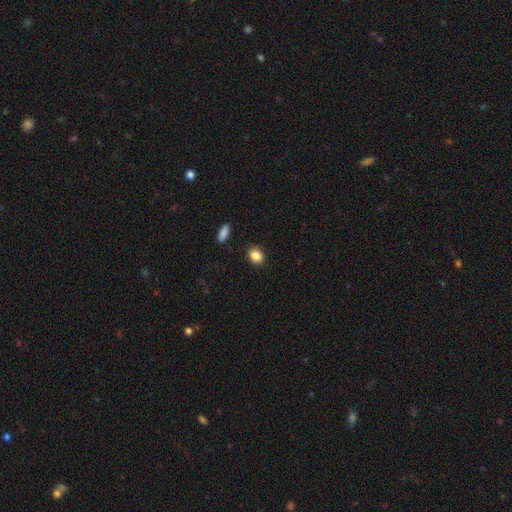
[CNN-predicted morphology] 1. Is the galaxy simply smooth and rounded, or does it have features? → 87% smooth, 9% star or artifact, 4% featured or disk.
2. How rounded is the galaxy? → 53% in between, 46% round, 1% cigar-shaped.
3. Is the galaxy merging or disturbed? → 88% none, 8% minor disturbance, 2% major disturbance, 2% merger.